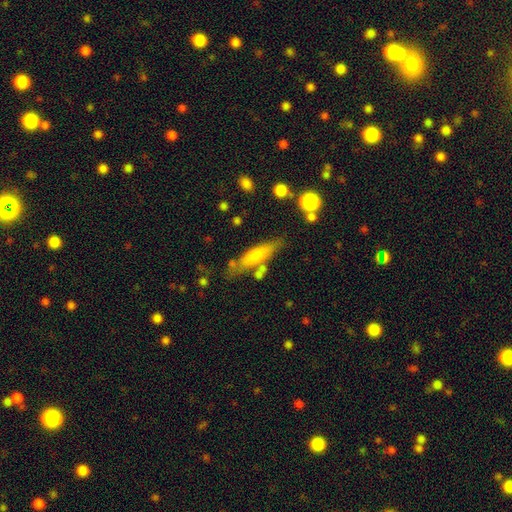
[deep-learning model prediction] This appears to be a smooth galaxy with no disk features (66%) that is cigar-shaped (70%). Merging: none (66%).